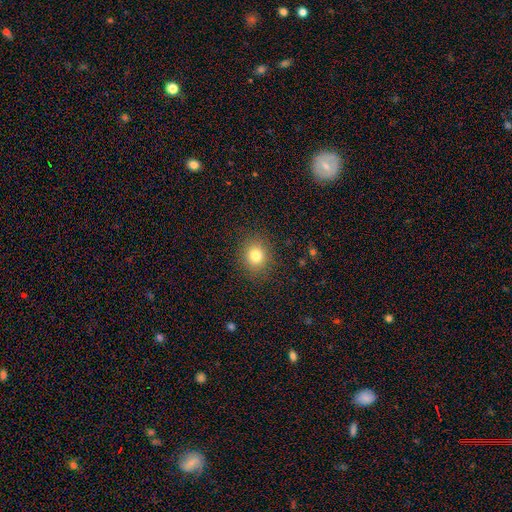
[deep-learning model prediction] Smooth or featured: smooth — 80% (star or artifact — 12%)
How rounded: round — 77% (in between — 22%)
Merging: none — 88% (minor disturbance — 8%)